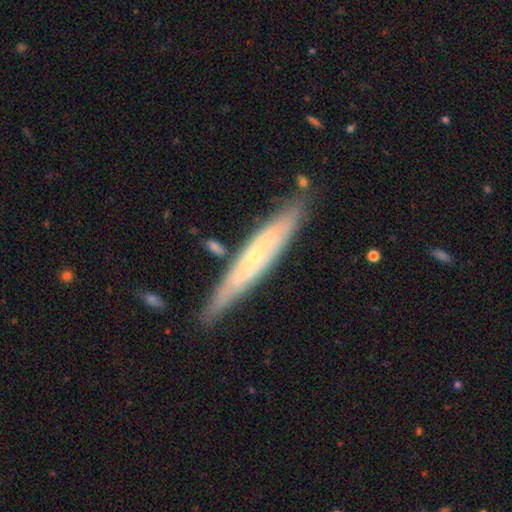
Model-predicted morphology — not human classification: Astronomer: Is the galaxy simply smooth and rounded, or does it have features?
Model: featured or disk — 66%.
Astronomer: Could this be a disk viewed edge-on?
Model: yes — 75%.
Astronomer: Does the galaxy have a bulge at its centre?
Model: none — 53% (runner-up: rounded, 38%).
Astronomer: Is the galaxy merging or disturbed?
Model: none — 79%.